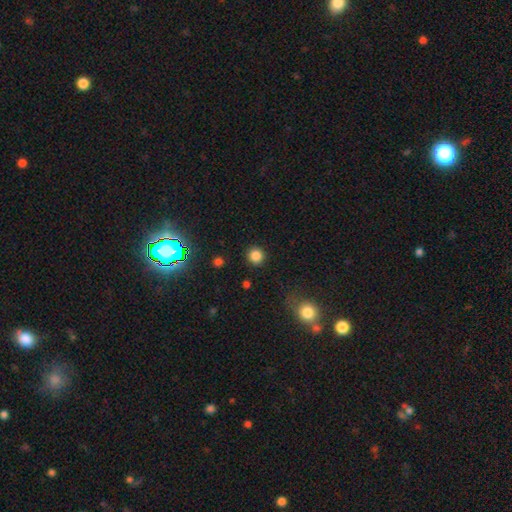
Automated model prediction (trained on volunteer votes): A smooth galaxy with no disk features (82%) that is round (93%).

Vote fractions:
- Smooth or featured? smooth: 82% / star or artifact: 14% / featured or disk: 4%
- How rounded? round: 93% / in between: 6% / cigar-shaped: 1%
- Merging? none: 90% / minor disturbance: 6% / major disturbance: 2% / merger: 1%